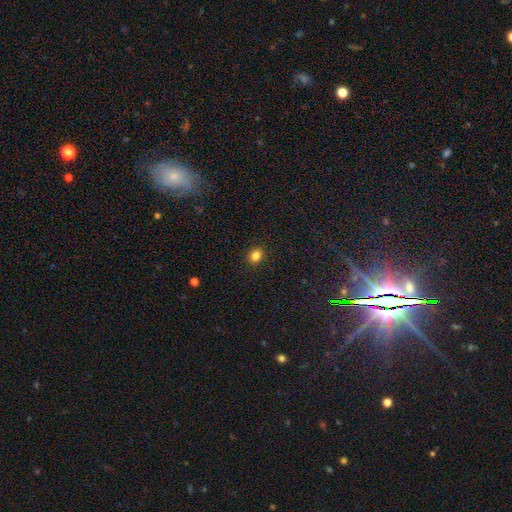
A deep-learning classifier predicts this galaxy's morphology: Smooth or featured? Predicted: smooth (p=0.83). How rounded? Predicted: round (p=0.57). Merging? Predicted: none (p=0.90).